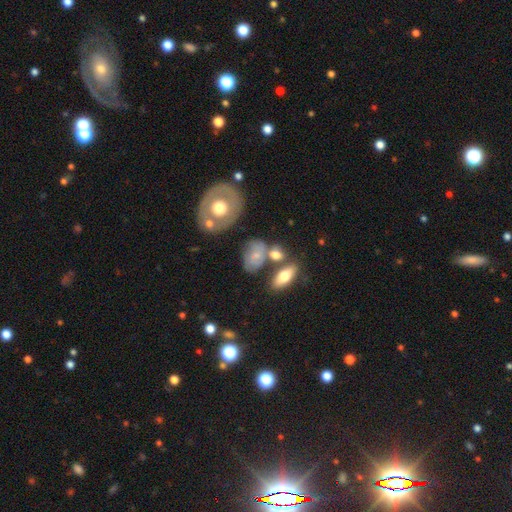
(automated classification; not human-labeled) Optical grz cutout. It shows a smooth galaxy with no disk features (51%) that is in between round and cigar-shaped (78%). Merging: none (50%).